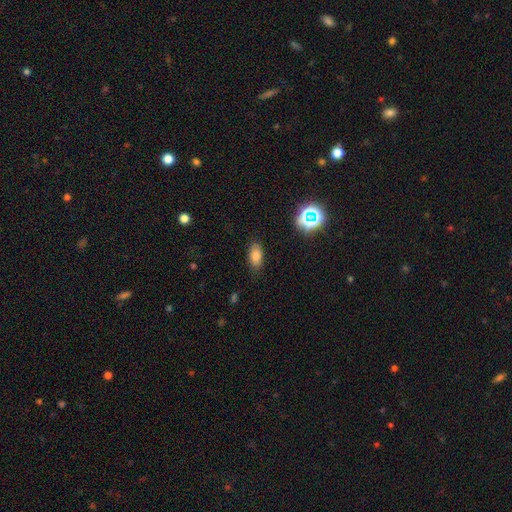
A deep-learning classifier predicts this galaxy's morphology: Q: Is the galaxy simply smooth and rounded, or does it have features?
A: smooth — 78%.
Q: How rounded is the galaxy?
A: in between — 89%.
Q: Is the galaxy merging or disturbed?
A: none — 83%.